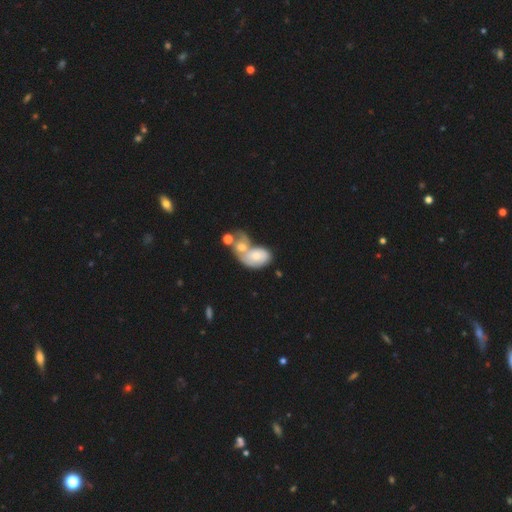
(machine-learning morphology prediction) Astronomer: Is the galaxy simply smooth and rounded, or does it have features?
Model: smooth — 55% (runner-up: featured or disk, 37%).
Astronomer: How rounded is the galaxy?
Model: in between — 85%.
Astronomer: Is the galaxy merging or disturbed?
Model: merger — 66%.